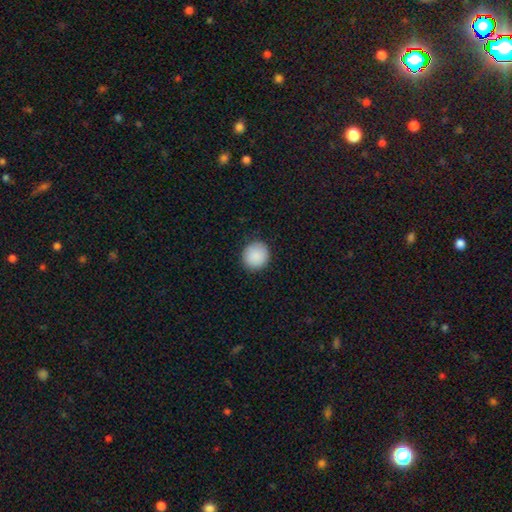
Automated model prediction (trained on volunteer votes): Morphology: type=smooth (90%); roundness=round (91%); merging=none (90%).